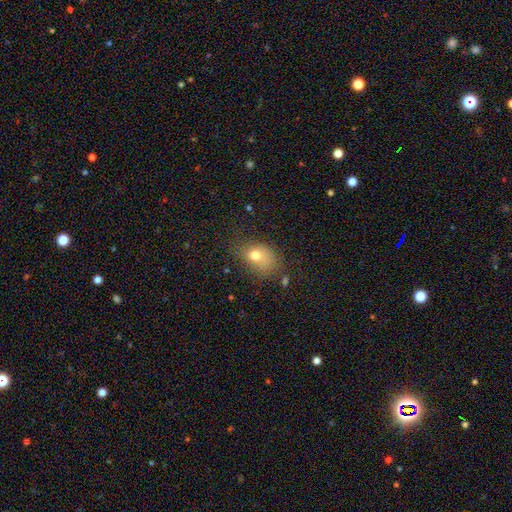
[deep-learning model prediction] Q: Smooth or featured?
A: smooth (74%); runner-up: star or artifact (13%)
Q: How rounded?
A: in between (64%); runner-up: round (34%)
Q: Merging?
A: none (53%); runner-up: minor disturbance (28%)